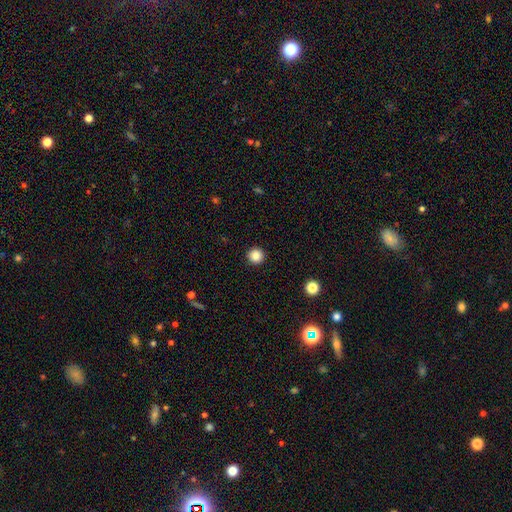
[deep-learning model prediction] Q: Smooth or featured?
A: smooth (87%); runner-up: star or artifact (11%)
Q: How rounded?
A: round (95%); runner-up: in between (4%)
Q: Merging?
A: none (93%); runner-up: minor disturbance (5%)